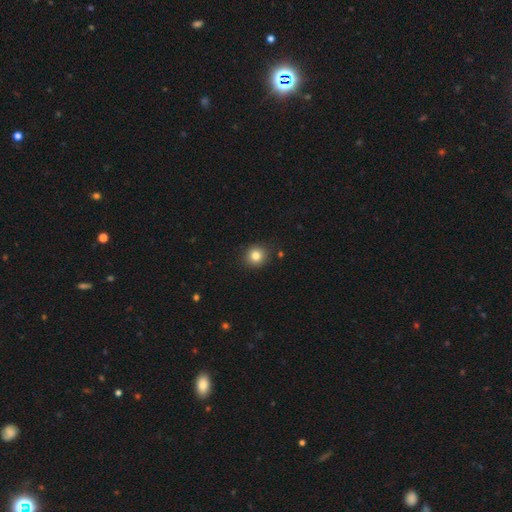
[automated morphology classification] smooth 82%, star or artifact 12%, featured or disk 7%. Down the decision tree: how rounded — round (88%); merging — none (88%).